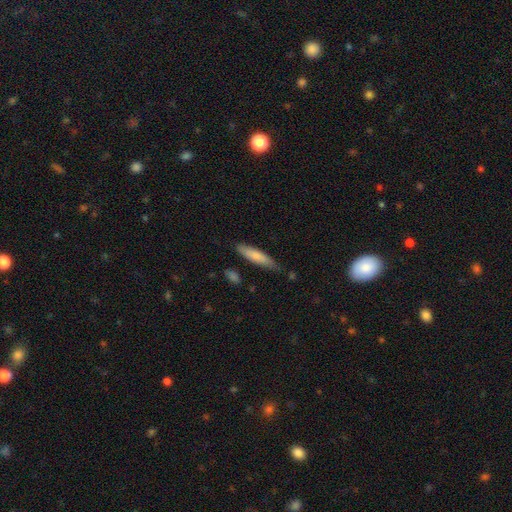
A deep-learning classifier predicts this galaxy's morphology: type=smooth (76%); roundness=cigar-shaped (82%); merging=none (76%).